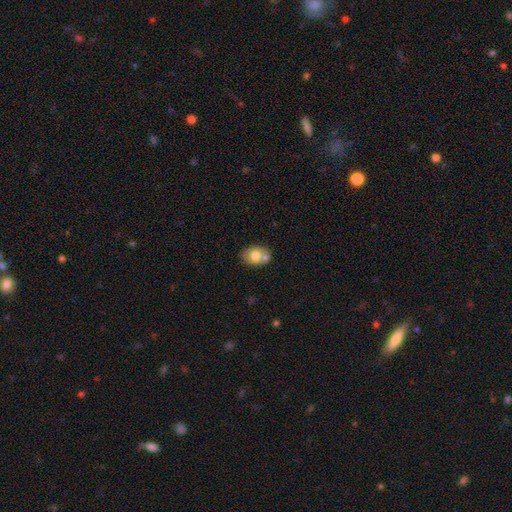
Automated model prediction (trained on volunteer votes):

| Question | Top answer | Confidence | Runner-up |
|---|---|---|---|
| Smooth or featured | smooth | 73% | featured or disk (19%) |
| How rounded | in between | 63% | round (36%) |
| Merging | none | 53% | merger (30%) |